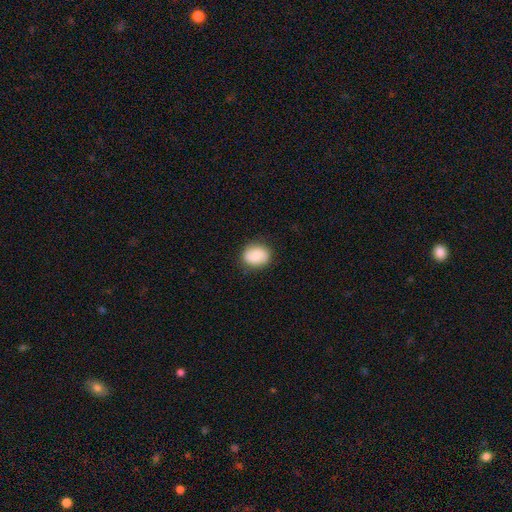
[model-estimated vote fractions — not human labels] A smooth galaxy with no disk features (72%) that is round (63%). Merging: none (84%).